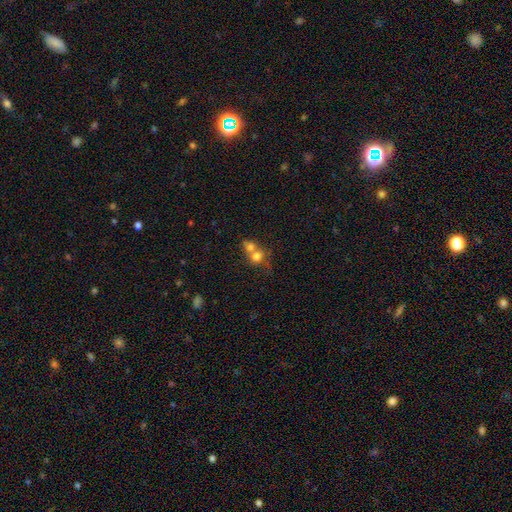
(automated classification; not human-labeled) This is likely a smooth galaxy (69%). How rounded: likely round (75%). Merging: likely merger (66%).